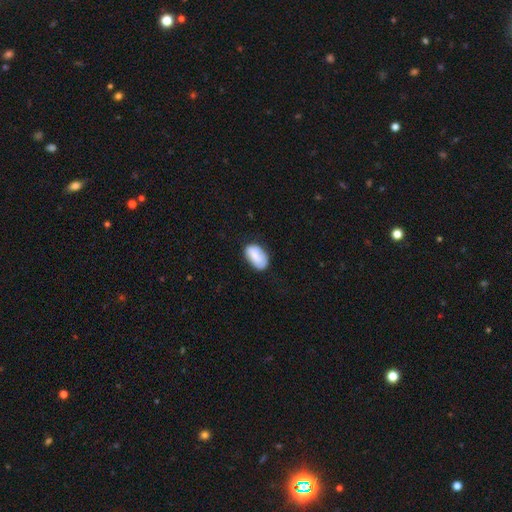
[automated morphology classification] Smooth or featured: smooth — 78% (featured or disk — 15%)
How rounded: in between — 92% (round — 6%)
Merging: none — 67% (minor disturbance — 25%)